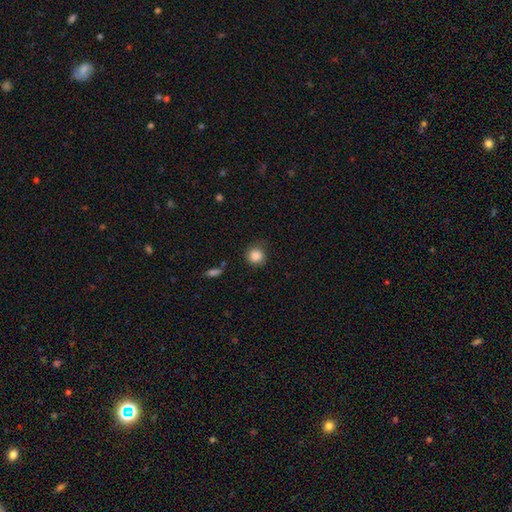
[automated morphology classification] A smooth galaxy with no disk features (86%) that is round (91%).

Vote fractions:
- Smooth or featured? smooth: 86% / star or artifact: 10% / featured or disk: 5%
- How rounded? round: 91% / in between: 8% / cigar-shaped: 1%
- Merging? none: 78% / minor disturbance: 16% / major disturbance: 4% / merger: 2%